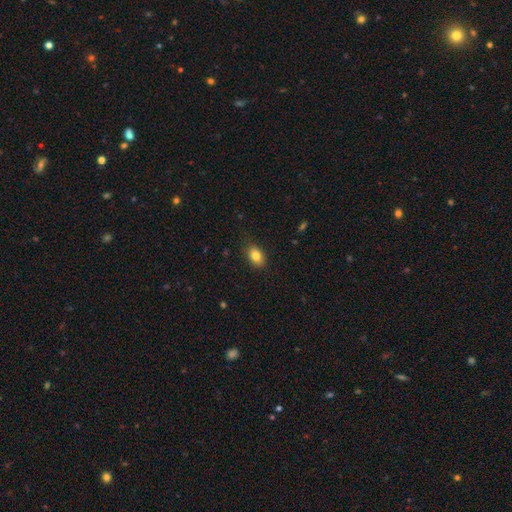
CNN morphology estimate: Smooth or featured? smooth (83%)
How rounded? in between (81%)
Merging? none (85%)